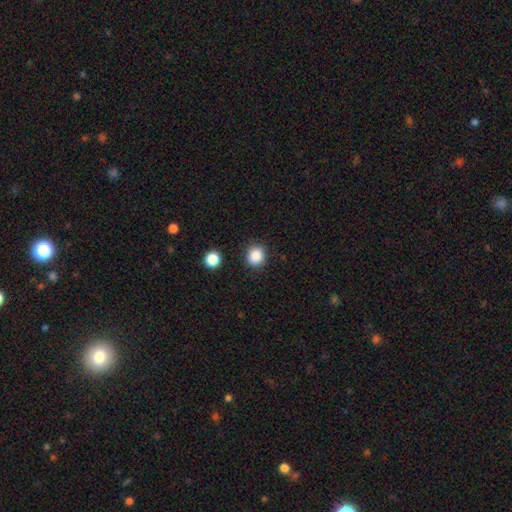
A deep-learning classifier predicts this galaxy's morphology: This appears to be a smooth galaxy with no disk features (87%) that is round (81%). Merging: none (86%).